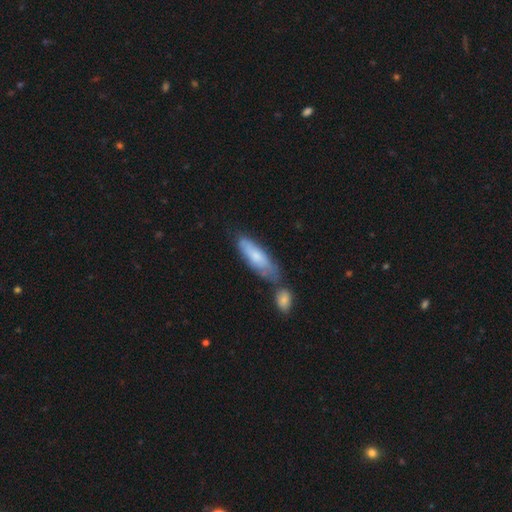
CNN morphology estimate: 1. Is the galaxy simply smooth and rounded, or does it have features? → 65% smooth, 29% featured or disk, 6% star or artifact.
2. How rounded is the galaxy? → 52% in between, 47% cigar-shaped, 2% round.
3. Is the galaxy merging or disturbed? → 46% none, 26% merger, 21% minor disturbance, 6% major disturbance.